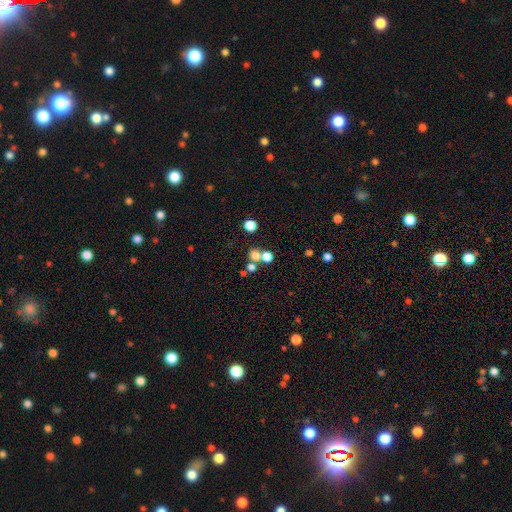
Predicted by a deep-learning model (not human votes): smooth-or-featured: smooth: 70% | star or artifact: 19% | featured or disk: 10%
  how-rounded: round: 79% | in between: 20% | cigar-shaped: 1%
  merging: none: 53% | merger: 36% | minor disturbance: 7% | major disturbance: 4%